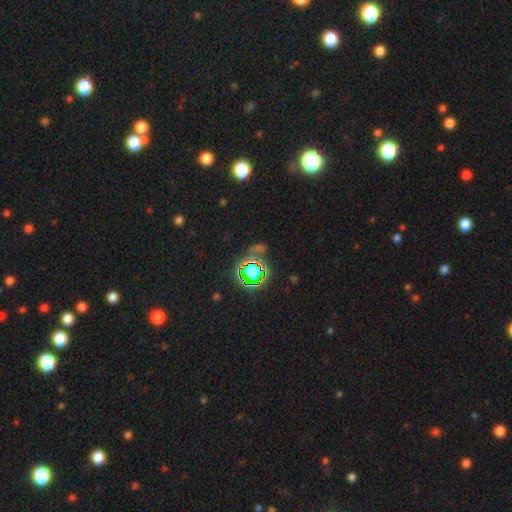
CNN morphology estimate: type=star or artifact (77%).